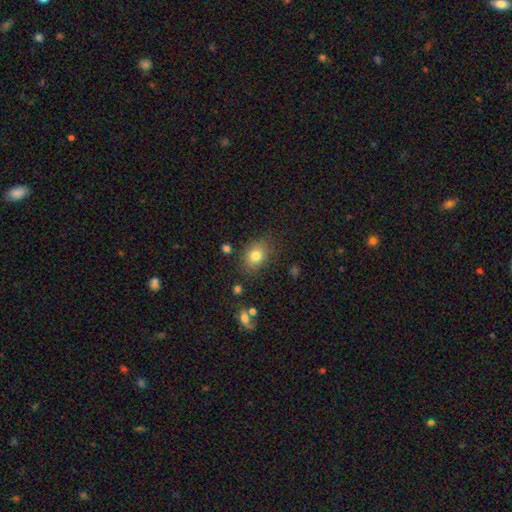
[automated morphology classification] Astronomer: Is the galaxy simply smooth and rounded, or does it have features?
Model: smooth — 80%.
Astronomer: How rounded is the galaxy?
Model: in between — 64%.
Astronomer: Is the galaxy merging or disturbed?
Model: none — 80%.